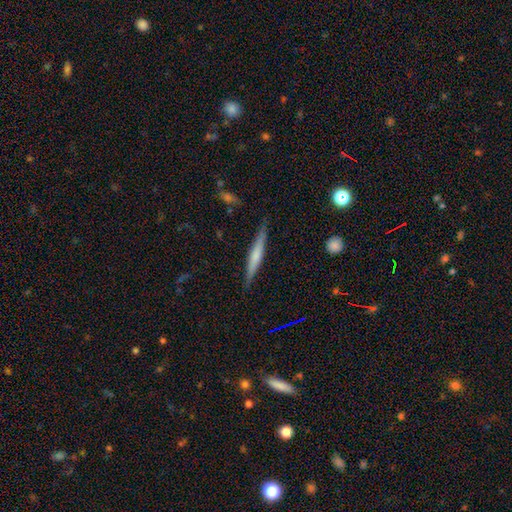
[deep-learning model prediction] This appears to be a featured or disk galaxy (49%). Merging: none (87%).